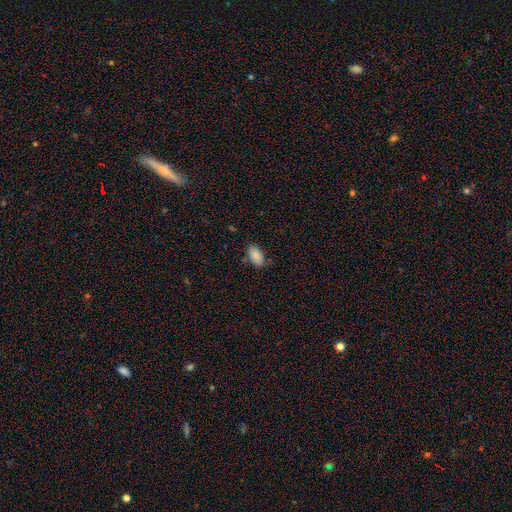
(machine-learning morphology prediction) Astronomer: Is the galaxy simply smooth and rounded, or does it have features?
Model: smooth — 86%.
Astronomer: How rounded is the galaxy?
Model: in between — 94%.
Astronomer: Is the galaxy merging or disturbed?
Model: none — 77%.